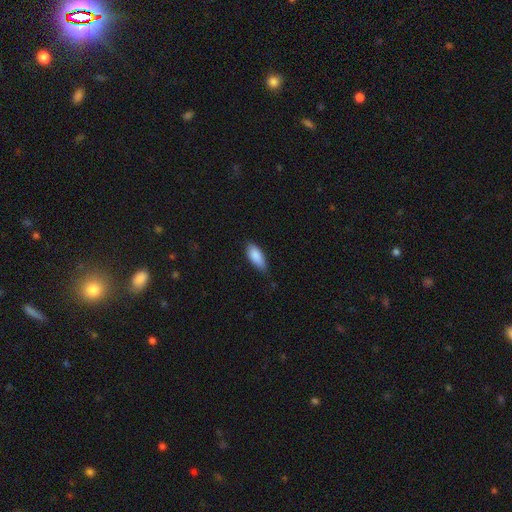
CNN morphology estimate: smooth_or_featured: smooth (p=0.86) [alt: featured or disk p=0.07]
how_rounded: in between (p=0.80) [alt: cigar-shaped p=0.18]
merging: none (p=0.70) [alt: minor disturbance p=0.25]